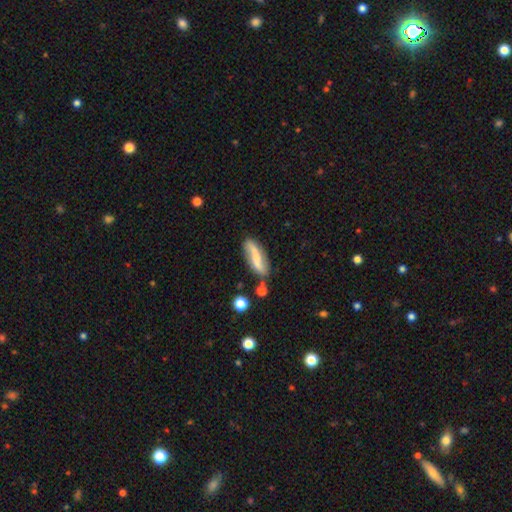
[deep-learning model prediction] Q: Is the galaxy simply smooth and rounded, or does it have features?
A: featured or disk — 58%.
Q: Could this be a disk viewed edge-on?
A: no — 82%.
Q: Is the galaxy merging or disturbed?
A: none — 77%.